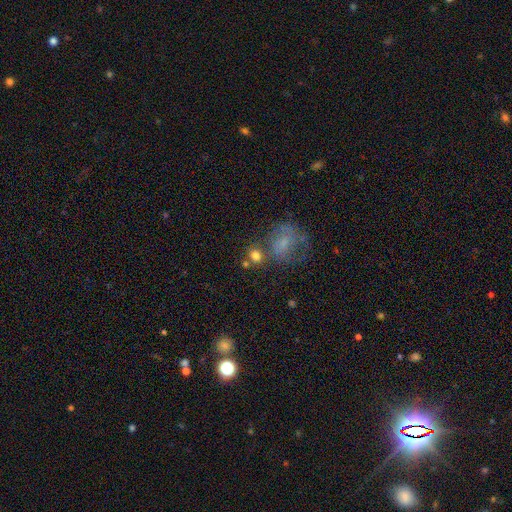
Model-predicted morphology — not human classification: Smooth or featured? Predicted: smooth (p=0.74). How rounded? Predicted: round (p=0.74). Merging? Predicted: none (p=0.59).